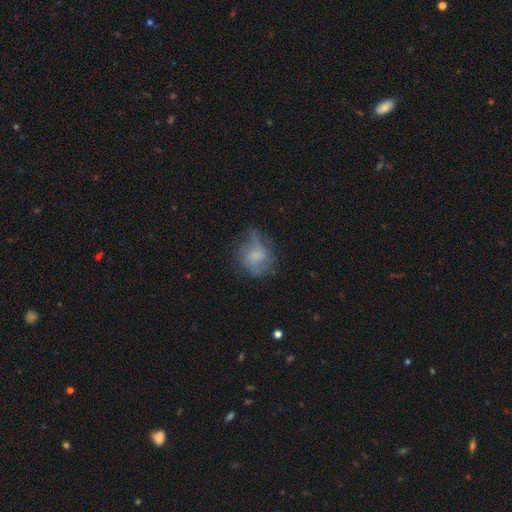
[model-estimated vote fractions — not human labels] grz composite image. It shows a smooth galaxy with no disk features (53%) that is round (64%). Merging: none (45%).